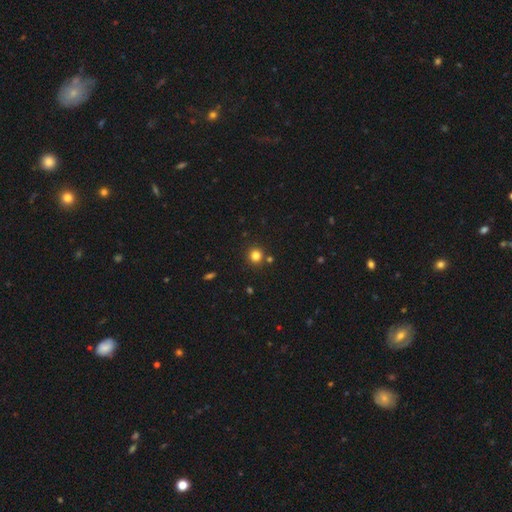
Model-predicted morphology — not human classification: Overall: smooth (80%). How rounded: round (93%). Merging: none (84%).